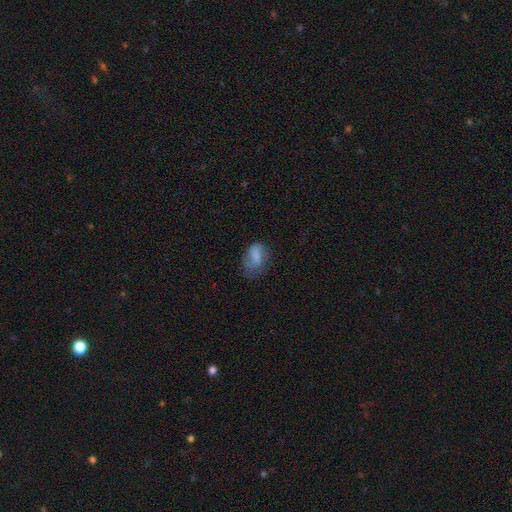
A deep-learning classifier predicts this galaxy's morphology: type=smooth (75%); roundness=in between (86%); merging=none (41%).